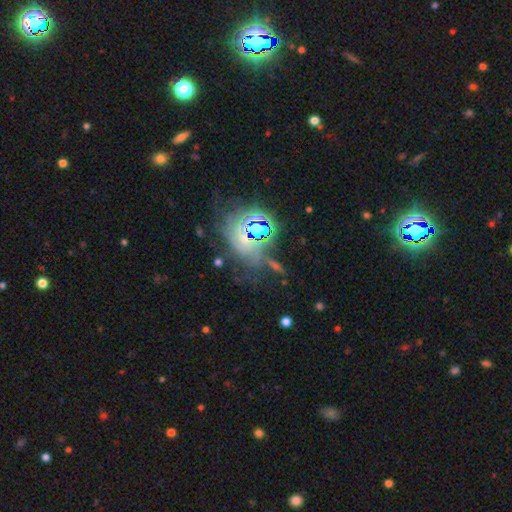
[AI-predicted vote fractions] Morphology: type=star or artifact (74%).